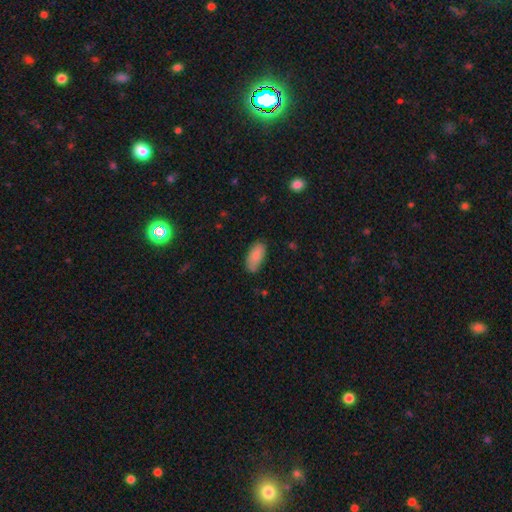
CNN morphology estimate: smooth_or_featured: smooth (p=0.86) [alt: featured or disk p=0.08]
how_rounded: in between (p=0.91) [alt: cigar-shaped p=0.08]
merging: none (p=0.77) [alt: minor disturbance p=0.18]